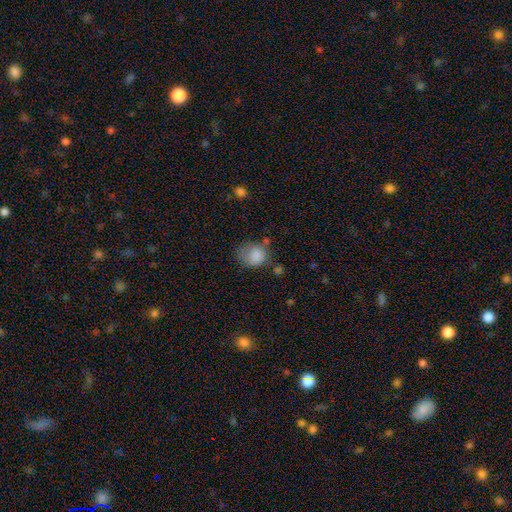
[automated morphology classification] This appears to be a smooth galaxy with no disk features (82%) that is round (62%). Merging: none (42%).